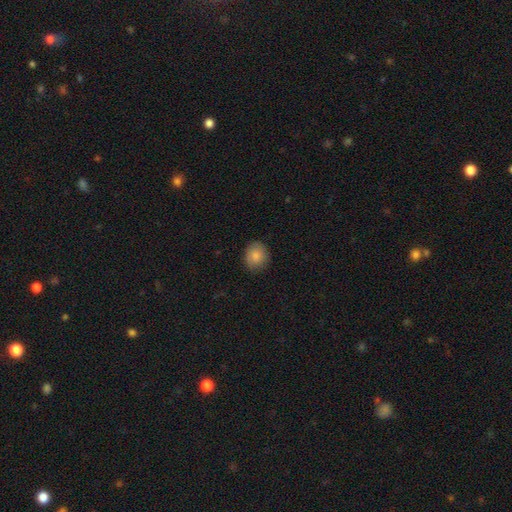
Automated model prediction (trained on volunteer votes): Smooth or featured? smooth (83%)
How rounded? round (64%)
Merging? none (81%)